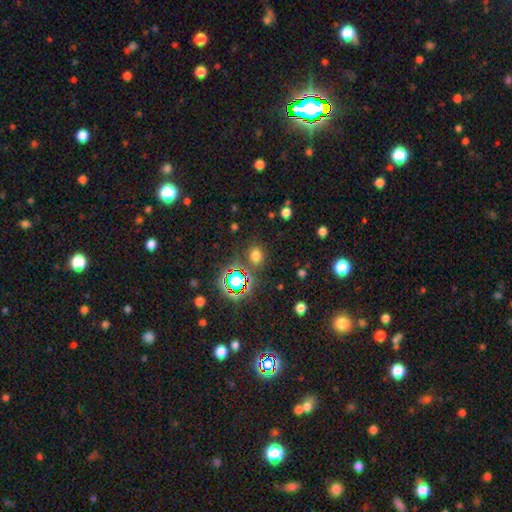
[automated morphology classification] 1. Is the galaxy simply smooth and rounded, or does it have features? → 64% smooth, 30% star or artifact, 6% featured or disk.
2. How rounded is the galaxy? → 67% round, 32% in between, 1% cigar-shaped.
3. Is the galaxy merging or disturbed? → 81% none, 10% minor disturbance, 5% merger, 4% major disturbance.